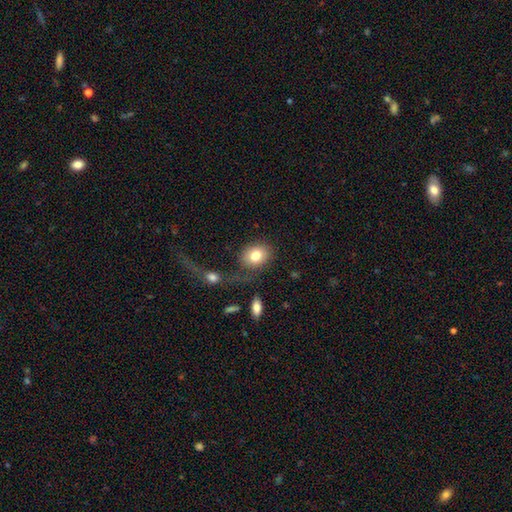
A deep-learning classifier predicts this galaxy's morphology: Smooth or featured? smooth (82%)
How rounded? in between (56%)
Merging? none (66%)